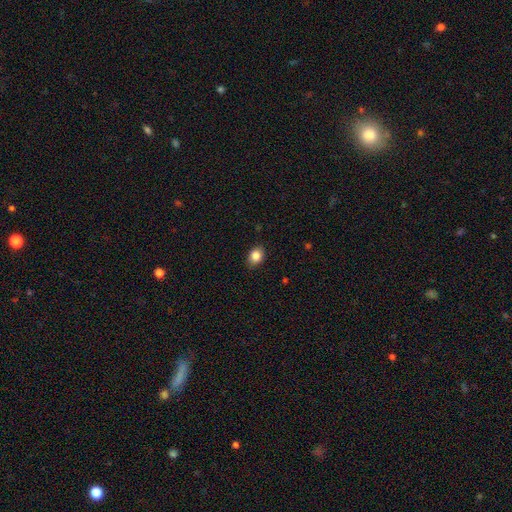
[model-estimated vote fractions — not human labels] Smooth or featured: smooth — 86% (star or artifact — 9%)
How rounded: in between — 62% (round — 37%)
Merging: none — 86% (minor disturbance — 11%)